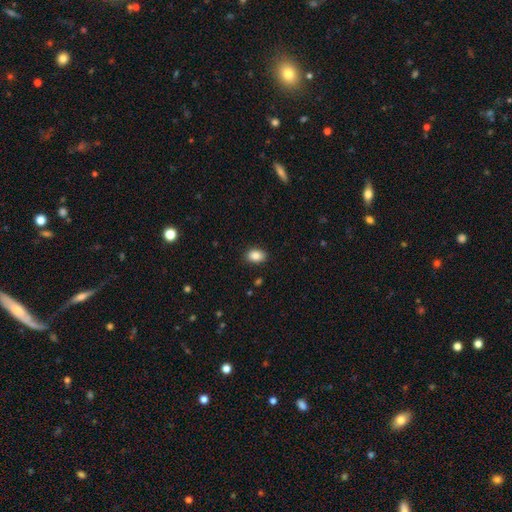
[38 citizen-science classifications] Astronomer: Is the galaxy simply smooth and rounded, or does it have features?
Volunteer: smooth — 92%.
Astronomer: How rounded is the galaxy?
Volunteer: in between — 80%.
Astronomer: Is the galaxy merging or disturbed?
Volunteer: none — 97%.